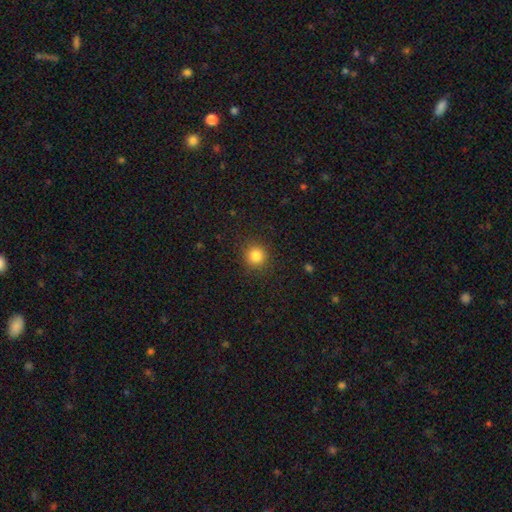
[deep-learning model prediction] smooth-or-featured: smooth: 84% | star or artifact: 11% | featured or disk: 5%
  how-rounded: round: 93% | in between: 6% | cigar-shaped: 1%
  merging: none: 90% | minor disturbance: 6% | major disturbance: 3% | merger: 1%